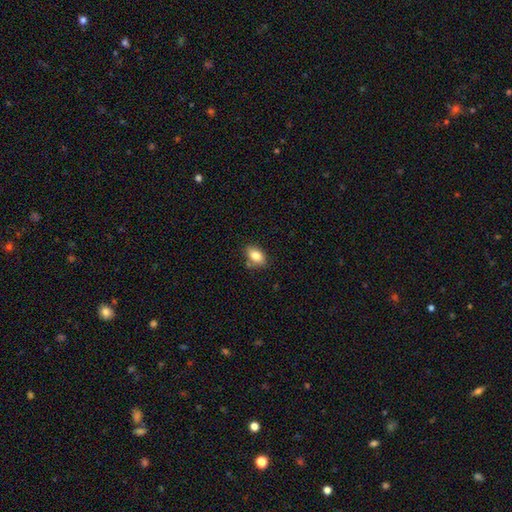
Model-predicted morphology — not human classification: smooth_or_featured: smooth (p=0.83) [alt: featured or disk p=0.09]
how_rounded: in between (p=0.86) [alt: round p=0.12]
merging: none (p=0.76) [alt: minor disturbance p=0.15]